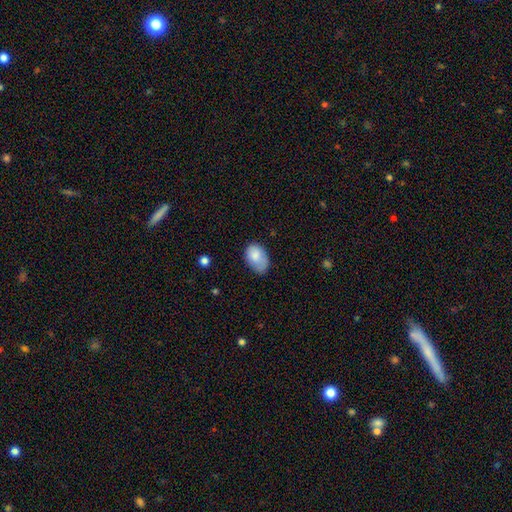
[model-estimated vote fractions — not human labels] smooth 83%, featured or disk 10%, star or artifact 7%. Down the decision tree: how rounded — in between (87%); merging — none (51%).